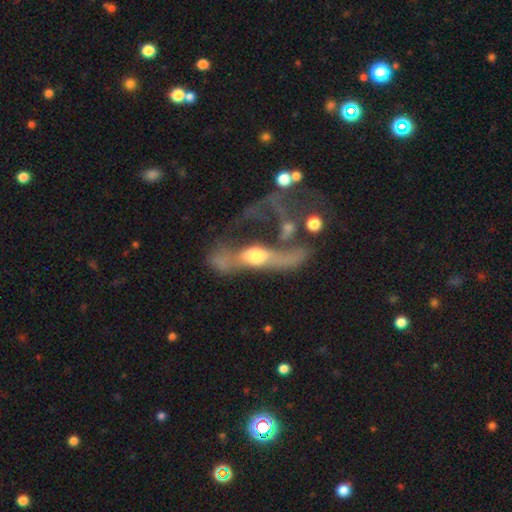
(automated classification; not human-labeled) Smooth or featured? featured or disk (57%)
Edge-on disk? no (65%)
Merging? major disturbance (44%)